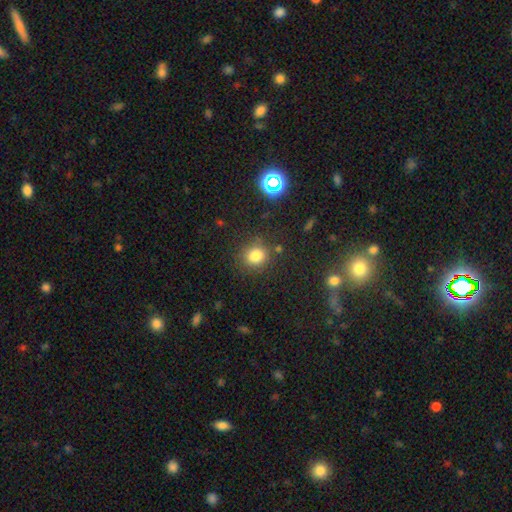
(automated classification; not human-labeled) smooth-or-featured: smooth: 79% | star or artifact: 16% | featured or disk: 6%
  how-rounded: round: 82% | in between: 17% | cigar-shaped: 1%
  merging: none: 82% | minor disturbance: 10% | major disturbance: 4% | merger: 4%